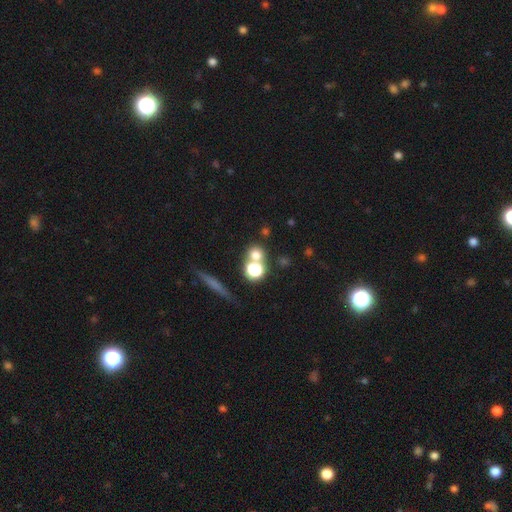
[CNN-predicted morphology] Smooth or featured? Predicted: smooth (p=0.69). How rounded? Predicted: round (p=0.86). Merging? Predicted: none (p=0.62).